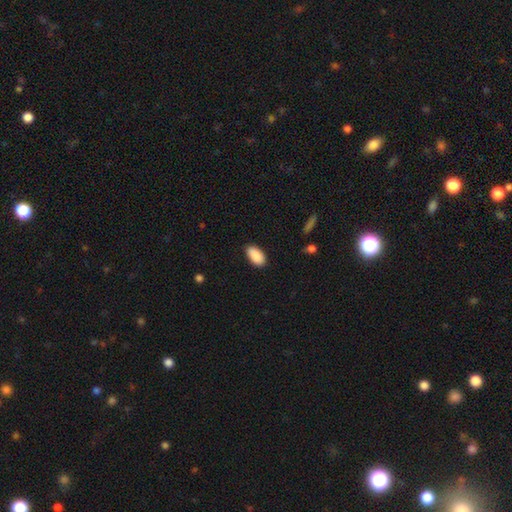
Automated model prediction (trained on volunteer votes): Q: Smooth or featured?
A: smooth (90%); runner-up: star or artifact (7%)
Q: How rounded?
A: in between (95%); runner-up: round (3%)
Q: Merging?
A: none (84%); runner-up: minor disturbance (12%)